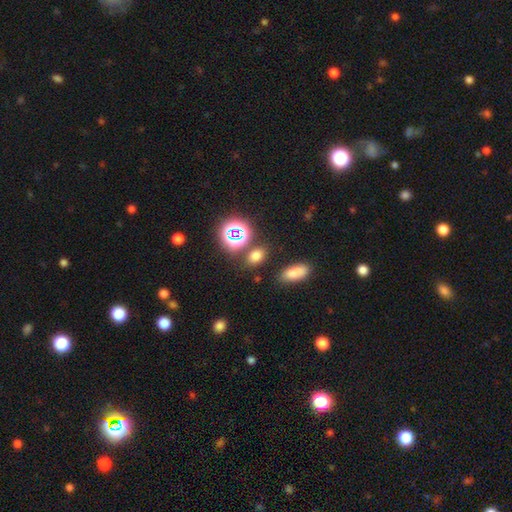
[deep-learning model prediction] Morphology: type=smooth (69%); roundness=in between (68%); merging=none (79%).